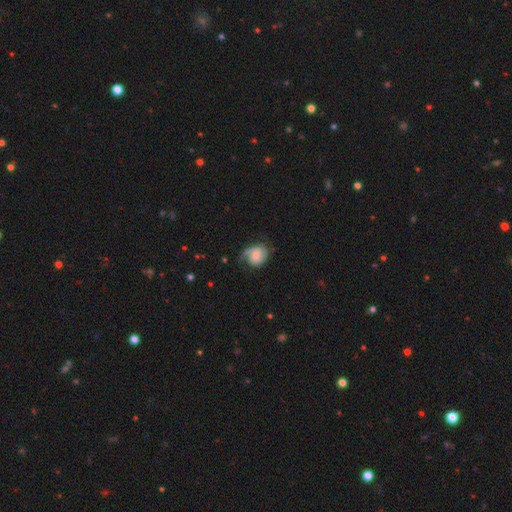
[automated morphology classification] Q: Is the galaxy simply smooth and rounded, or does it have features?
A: featured or disk — 60%.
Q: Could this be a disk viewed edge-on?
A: no — 98%.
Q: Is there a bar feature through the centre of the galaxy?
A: no — 71%.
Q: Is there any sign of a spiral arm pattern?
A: yes — 91%.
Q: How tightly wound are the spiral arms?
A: medium — 38%.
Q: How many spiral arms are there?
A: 1 — 54%.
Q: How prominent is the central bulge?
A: small — 36%.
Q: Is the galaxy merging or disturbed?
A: none — 47%.